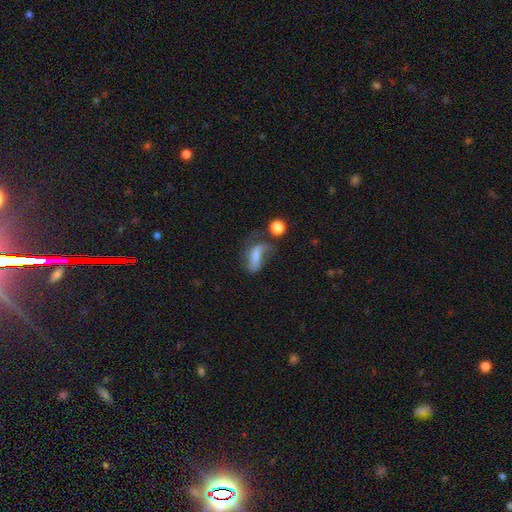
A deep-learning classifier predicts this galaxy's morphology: Smooth or featured: smooth — 60% (featured or disk — 28%)
How rounded: in between — 72% (cigar-shaped — 22%)
Merging: major disturbance — 37% (none — 27%)